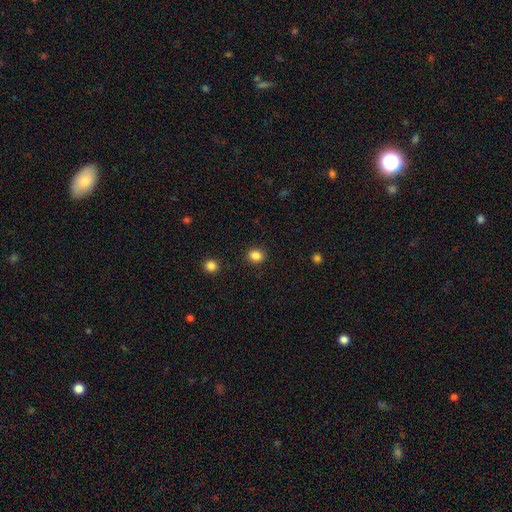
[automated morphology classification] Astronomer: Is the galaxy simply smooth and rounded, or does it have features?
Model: smooth — 85%.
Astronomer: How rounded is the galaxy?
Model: round — 65%.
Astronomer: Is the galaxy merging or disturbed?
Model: none — 89%.